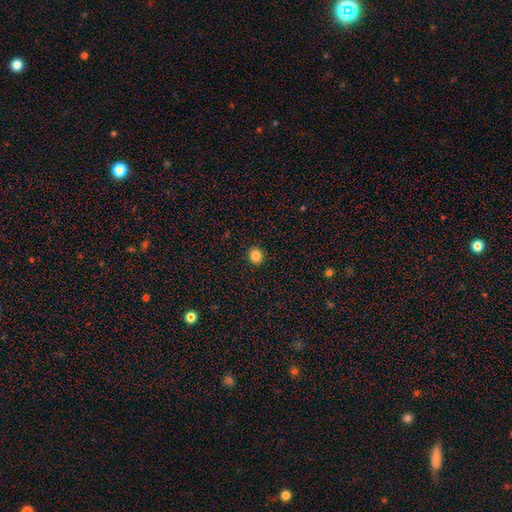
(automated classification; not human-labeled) smooth 84%, star or artifact 11%, featured or disk 5%. Down the decision tree: how rounded — round (83%); merging — none (92%).